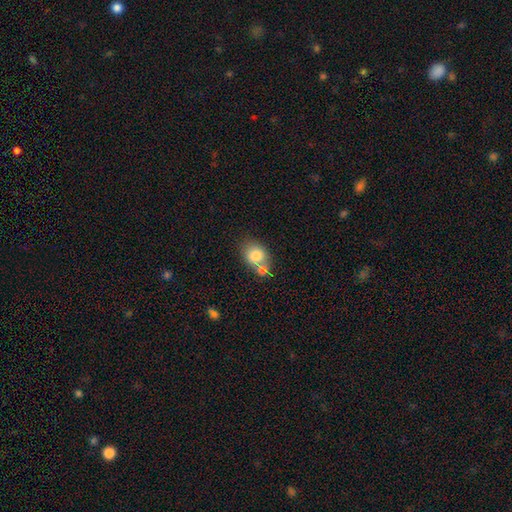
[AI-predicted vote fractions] A smooth galaxy with no disk features (79%) that is round (50%).

Vote fractions:
- Smooth or featured? smooth: 79% / featured or disk: 12% / star or artifact: 9%
- How rounded? round: 50% / in between: 49% / cigar-shaped: 1%
- Merging? merger: 42% / none: 41% / minor disturbance: 12% / major disturbance: 4%